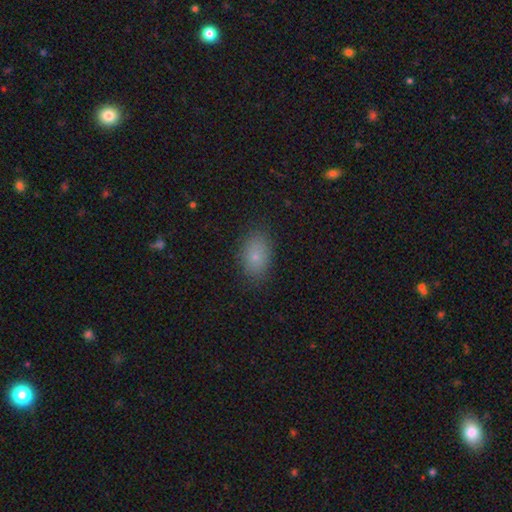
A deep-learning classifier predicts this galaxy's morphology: Smooth or featured? smooth (78%)
How rounded? in between (86%)
Merging? none (85%)